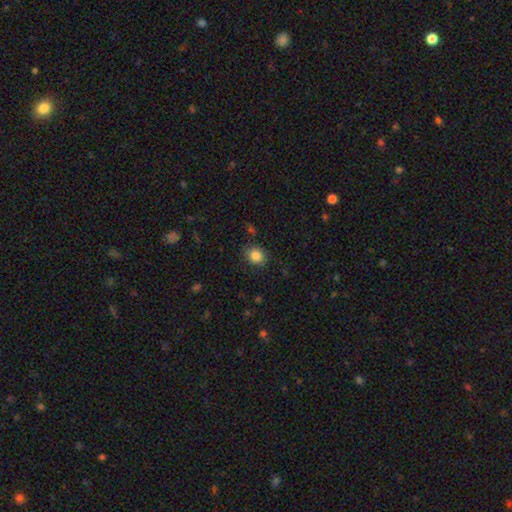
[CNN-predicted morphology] type=smooth (85%); roundness=round (64%); merging=none (83%).